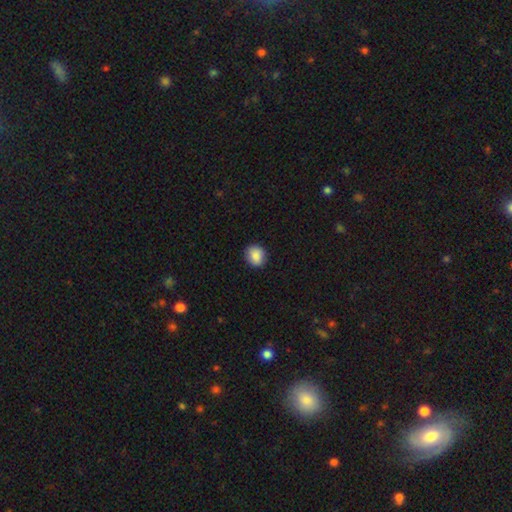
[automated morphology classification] Smooth or featured? smooth (87%)
How rounded? round (75%)
Merging? none (89%)